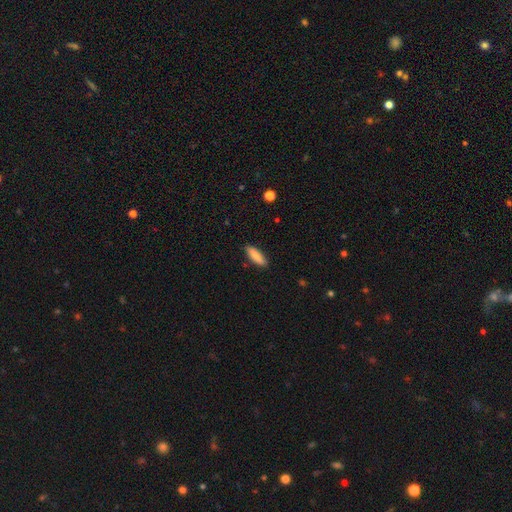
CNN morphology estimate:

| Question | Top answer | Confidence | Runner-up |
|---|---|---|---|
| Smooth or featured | smooth | 88% | star or artifact (6%) |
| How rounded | in between | 52% | cigar-shaped (46%) |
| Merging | none | 86% | minor disturbance (11%) |